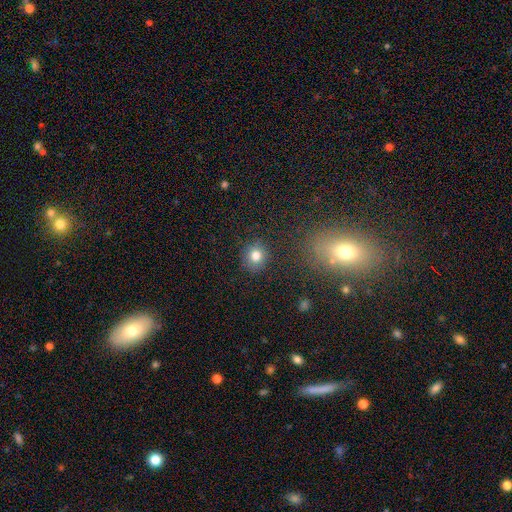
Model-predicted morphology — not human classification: Q: Smooth or featured?
A: smooth (81%); runner-up: star or artifact (13%)
Q: How rounded?
A: round (87%); runner-up: in between (12%)
Q: Merging?
A: none (88%); runner-up: minor disturbance (8%)